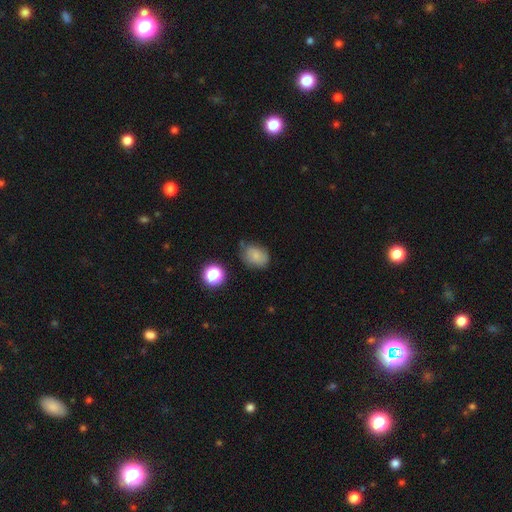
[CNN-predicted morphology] smooth_or_featured: smooth (p=0.74) [alt: featured or disk p=0.15]
how_rounded: in between (p=0.62) [alt: round p=0.37]
merging: none (p=0.60) [alt: minor disturbance p=0.29]